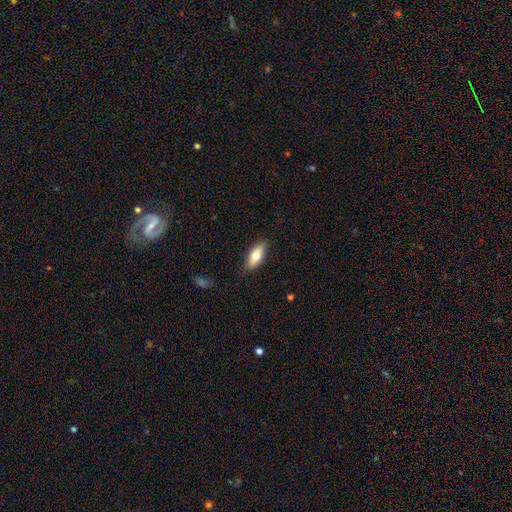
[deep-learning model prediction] Morphology: type=smooth (74%); roundness=in between (76%); merging=none (85%).